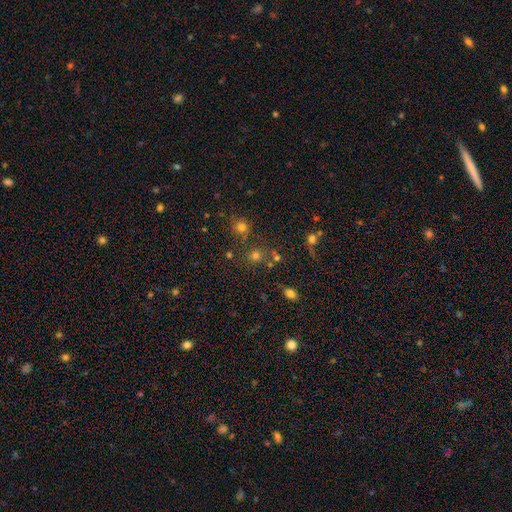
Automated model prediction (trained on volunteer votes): Overall: smooth (61%; star or artifact 30%). How rounded: round (88%). Merging: none (72%).